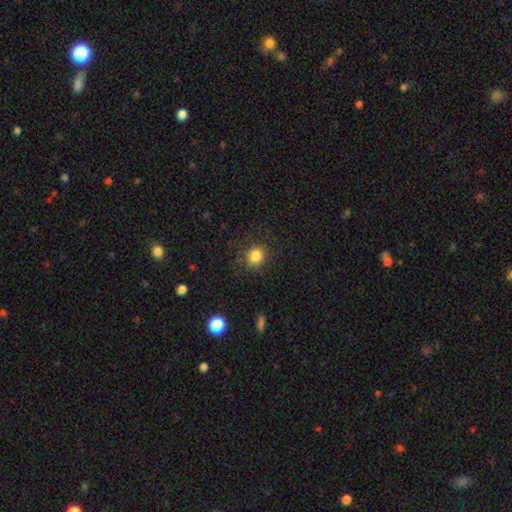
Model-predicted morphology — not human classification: This appears to be a smooth galaxy with no disk features (84%) that is round (82%). Merging: none (84%).